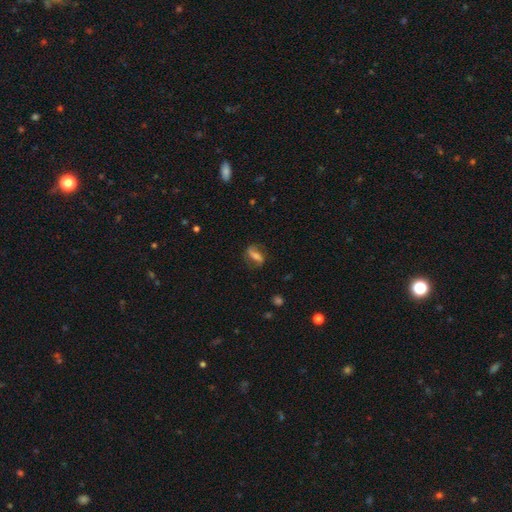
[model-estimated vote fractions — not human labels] smooth_or_featured: featured or disk (p=0.55) [alt: smooth p=0.36]
disk_edge_on: no (p=0.87) [alt: yes p=0.13]
merging: none (p=0.73) [alt: minor disturbance p=0.17]